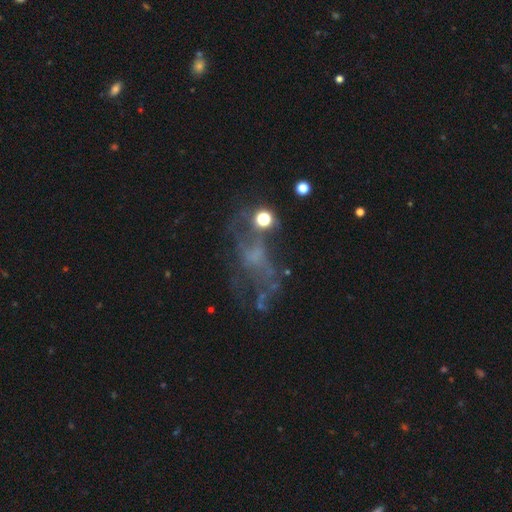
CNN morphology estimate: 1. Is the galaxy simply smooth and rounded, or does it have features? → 55% featured or disk, 26% star or artifact, 19% smooth.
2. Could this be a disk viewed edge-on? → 95% no, 5% yes.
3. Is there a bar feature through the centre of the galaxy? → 81% no, 15% weak, 4% strong.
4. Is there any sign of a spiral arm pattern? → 72% no, 28% yes.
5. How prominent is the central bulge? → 55% none, 27% small, 14% moderate, 3% large, 1% dominant.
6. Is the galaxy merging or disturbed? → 39% none, 35% major disturbance, 17% minor disturbance, 9% merger.